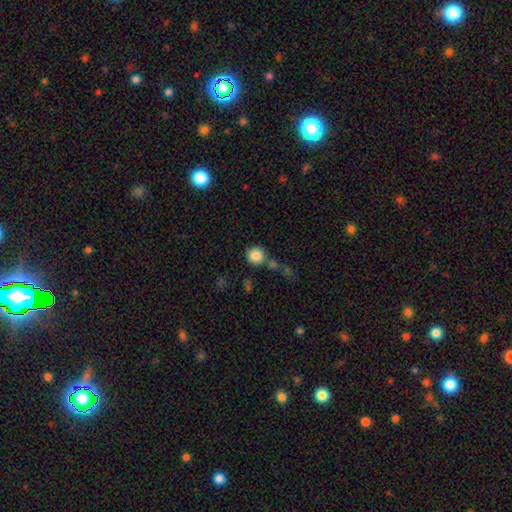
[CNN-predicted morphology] smooth 84%, star or artifact 10%, featured or disk 6%. Down the decision tree: how rounded — round (94%); merging — none (73%).